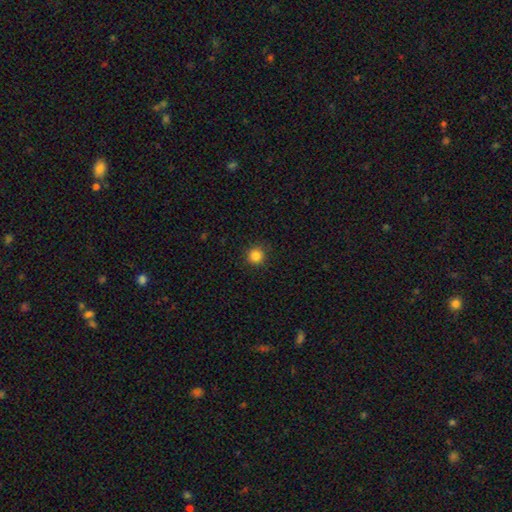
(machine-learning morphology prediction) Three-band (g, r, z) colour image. It shows a smooth galaxy with no disk features (85%) that is round (94%). Merging: none (91%).